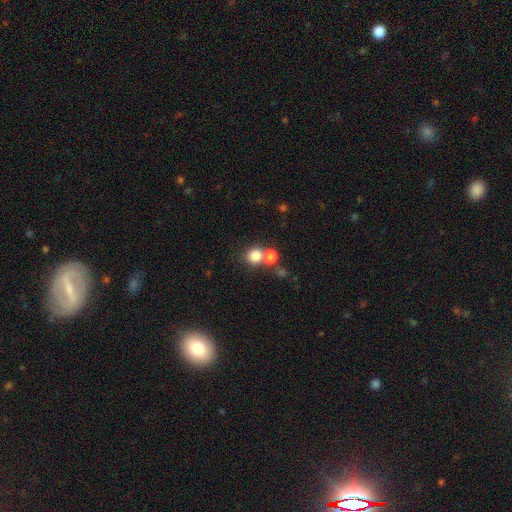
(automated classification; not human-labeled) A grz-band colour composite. It shows a smooth galaxy with no disk features (79%) that is round (81%). Merging: none (50%).